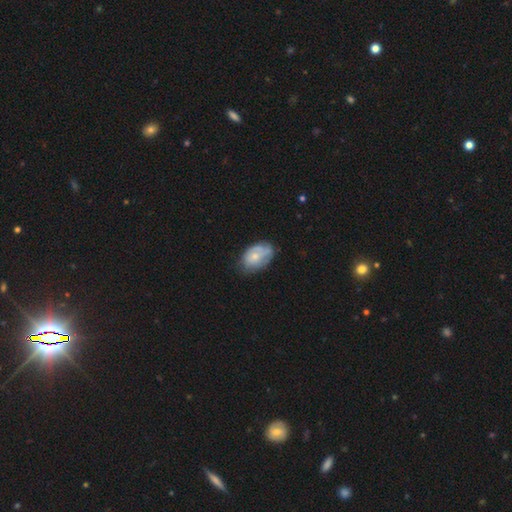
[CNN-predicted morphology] Q: Smooth or featured?
A: smooth (55%); runner-up: featured or disk (39%)
Q: How rounded?
A: in between (87%); runner-up: round (11%)
Q: Merging?
A: none (56%); runner-up: minor disturbance (31%)